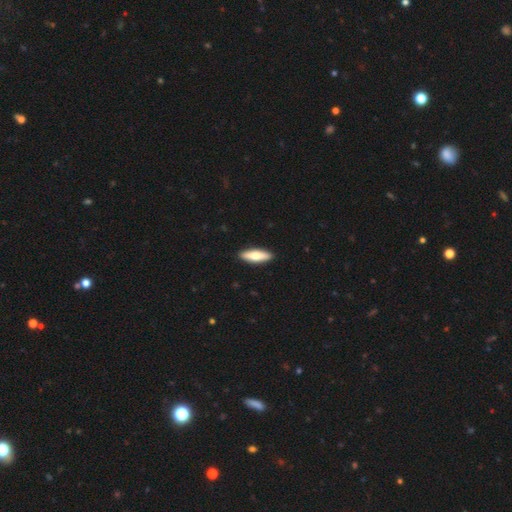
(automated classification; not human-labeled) Morphology: type=smooth (63%); roundness=cigar-shaped (61%); merging=none (91%).